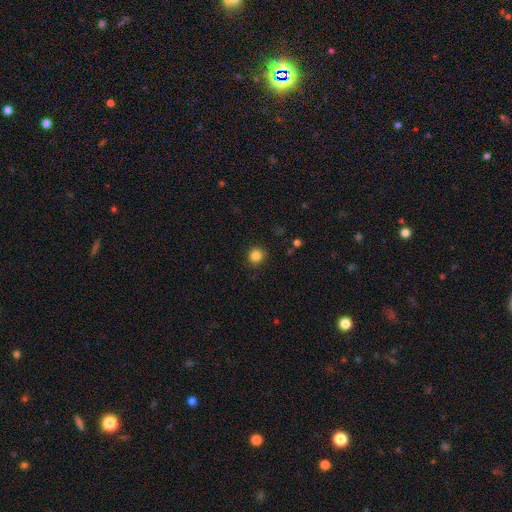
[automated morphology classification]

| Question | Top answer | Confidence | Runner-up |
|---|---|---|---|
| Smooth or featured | smooth | 85% | star or artifact (11%) |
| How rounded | round | 92% | in between (7%) |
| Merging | none | 88% | minor disturbance (8%) |